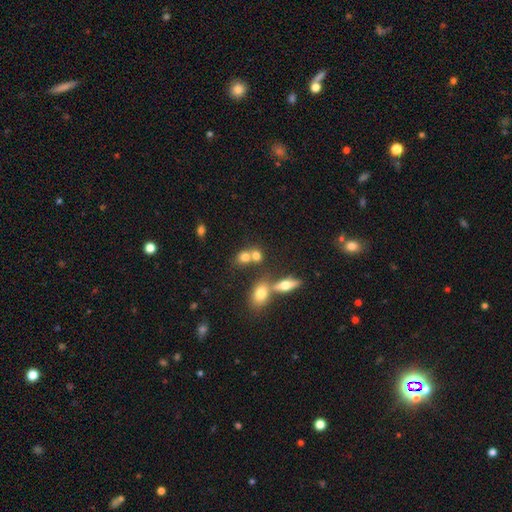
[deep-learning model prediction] Smooth or featured? smooth (70%)
How rounded? round (59%)
Merging? merger (47%)